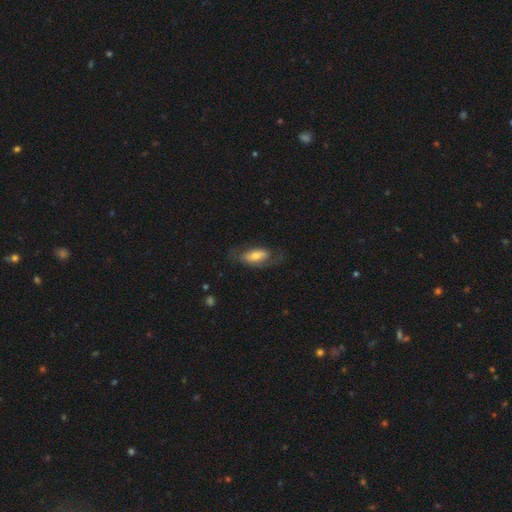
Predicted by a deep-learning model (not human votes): This appears to be a smooth galaxy with no disk features (55%) that is in between round and cigar-shaped (83%). Merging: none (60%).